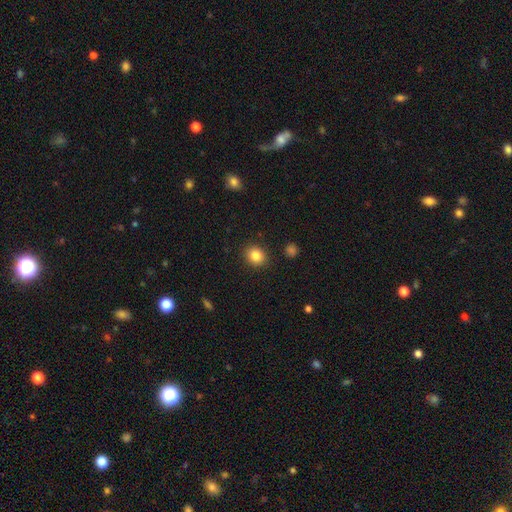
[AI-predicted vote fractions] Smooth or featured?
  - smooth: 84% *
  - star or artifact: 10%
  - featured or disk: 6%
How rounded?
  - round: 75% *
  - in between: 24%
  - cigar-shaped: 1%
Merging?
  - none: 90% *
  - minor disturbance: 7%
  - major disturbance: 2%
  - merger: 1%